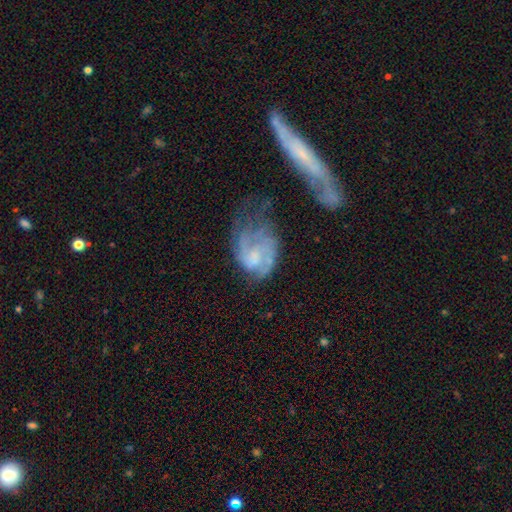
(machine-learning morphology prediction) A featured or disk galaxy (71%) with no bar (64%), 2 (40%) medium (40%) spiral arms (80%) and no central bulge (38%).

Vote fractions:
- Smooth or featured? featured or disk: 71% / smooth: 21% / star or artifact: 8%
- Edge-on disk? no: 97% / yes: 3%
- Bar? no: 64% / weak: 30% / strong: 6%
- Spiral arms? yes: 80% / no: 20%
- Spiral winding? medium: 40% / tight: 36% / loose: 24%
- Spiral arm count? 2: 40% / can't tell: 29% / 1: 15% / 3: 10% / 4: 3% / more than 4: 3%
- Bulge size? none: 38% / small: 29% / moderate: 25% / large: 6% / dominant: 2%
- Merging? major disturbance: 36% / none: 27% / minor disturbance: 23% / merger: 14%